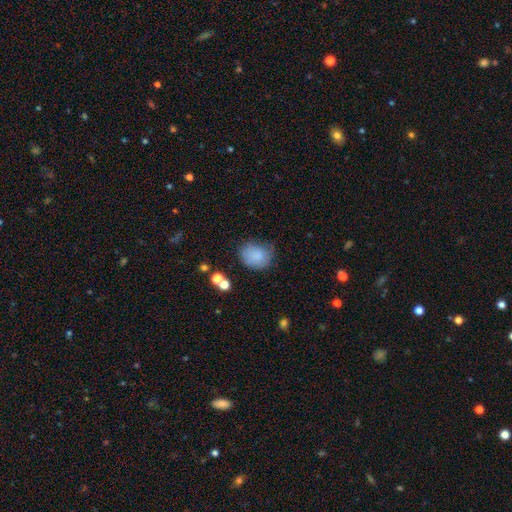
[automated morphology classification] This appears to be a smooth galaxy with no disk features (81%) that is round (54%). Merging: none (55%).